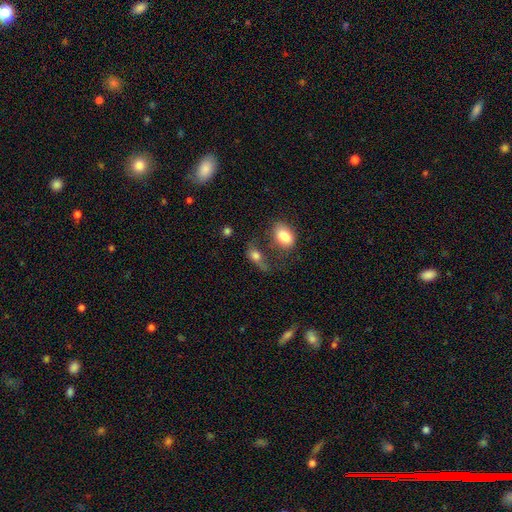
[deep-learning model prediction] The model was most divided on "merging": none: 34%, major disturbance: 25%, minor disturbance: 22%, merger: 20%. More confident: smooth or featured — smooth (72%); how rounded — in between (69%).